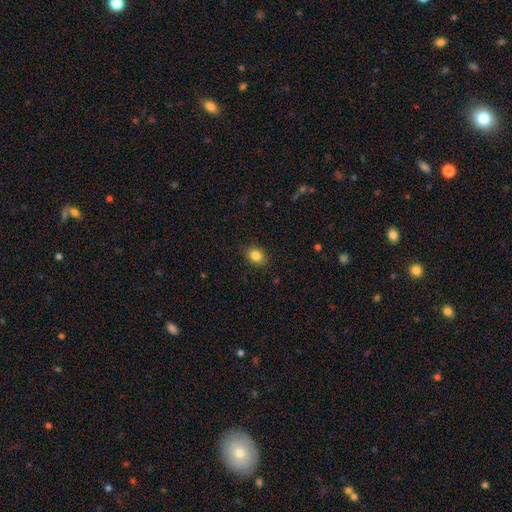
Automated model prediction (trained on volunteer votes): smooth 85%, star or artifact 10%, featured or disk 5%. Down the decision tree: how rounded — in between (59%); merging — none (88%).